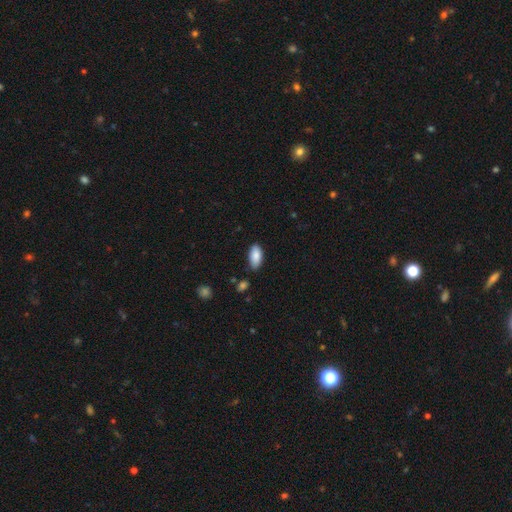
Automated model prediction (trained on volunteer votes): Smooth or featured? Predicted: smooth (p=0.87). How rounded? Predicted: in between (p=0.92). Merging? Predicted: none (p=0.78).